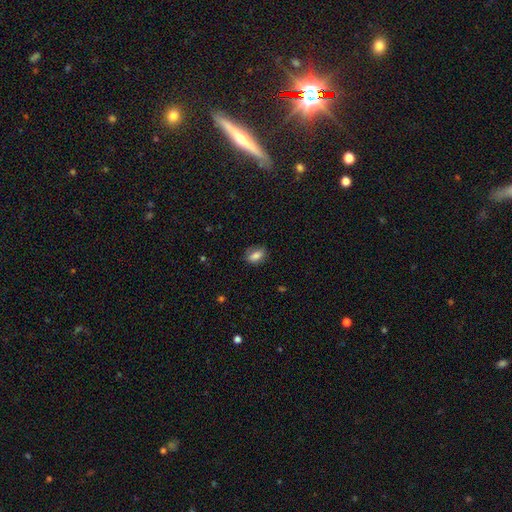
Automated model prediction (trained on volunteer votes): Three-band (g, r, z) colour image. It shows a smooth galaxy with no disk features (80%) that is in between round and cigar-shaped (77%). Merging: none (76%).